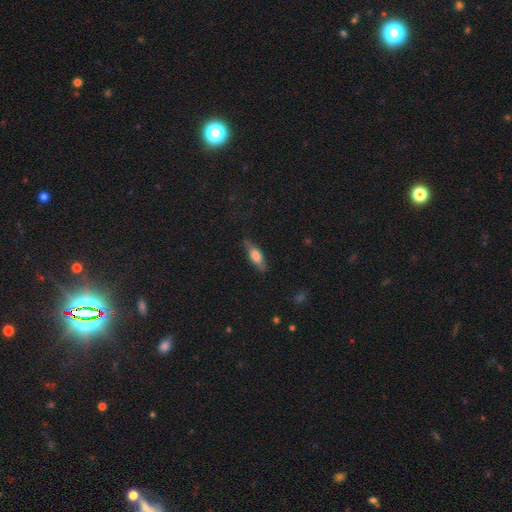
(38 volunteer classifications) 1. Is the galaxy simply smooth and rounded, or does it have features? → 58% smooth, 39% featured or disk, 3% star or artifact.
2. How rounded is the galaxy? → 59% in between, 41% cigar-shaped, 0% round.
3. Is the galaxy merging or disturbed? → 92% none, 5% minor disturbance, 3% major disturbance, 0% merger.